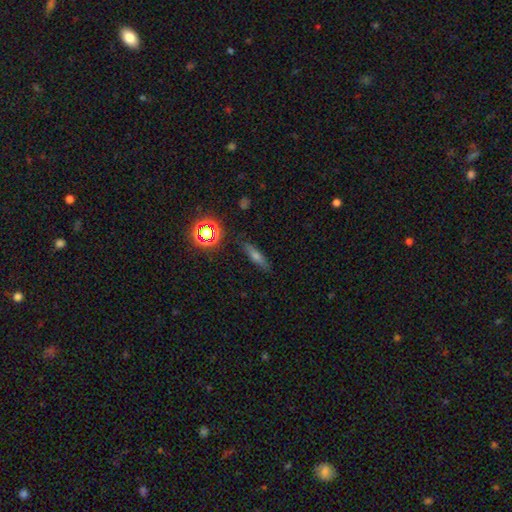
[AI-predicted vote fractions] This is possibly a smooth galaxy (54%). How rounded: likely cigar-shaped (67%). Merging: clearly none (85%).